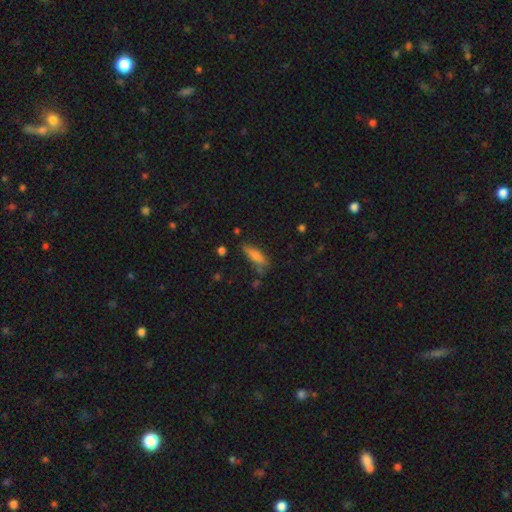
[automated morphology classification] Smooth or featured?
  - smooth: 75% *
  - featured or disk: 17%
  - star or artifact: 8%
How rounded?
  - cigar-shaped: 53% *
  - in between: 44%
  - round: 2%
Merging?
  - none: 60% *
  - minor disturbance: 27%
  - major disturbance: 9%
  - merger: 5%